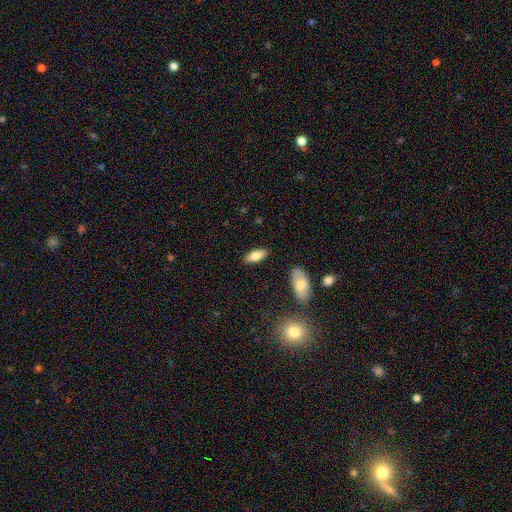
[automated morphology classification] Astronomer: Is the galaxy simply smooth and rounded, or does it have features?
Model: smooth — 78%.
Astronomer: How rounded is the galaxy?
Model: in between — 80%.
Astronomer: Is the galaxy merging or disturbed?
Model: none — 86%.